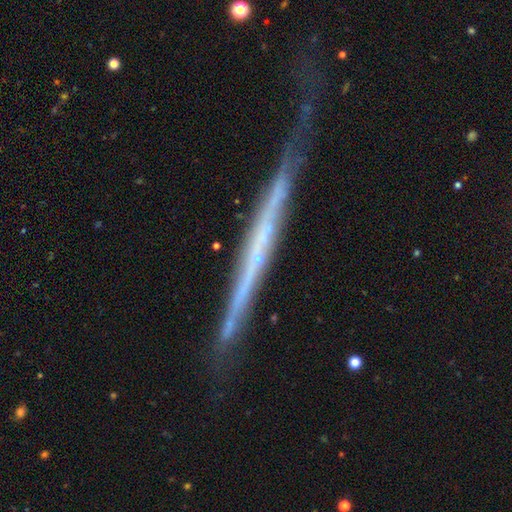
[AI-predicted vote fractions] Smooth or featured: featured or disk — 77% (smooth — 17%)
Edge-on disk: yes — 95% (no — 5%)
Edge-on bulge: none — 73% (rounded — 22%)
Merging: none — 68% (minor disturbance — 23%)